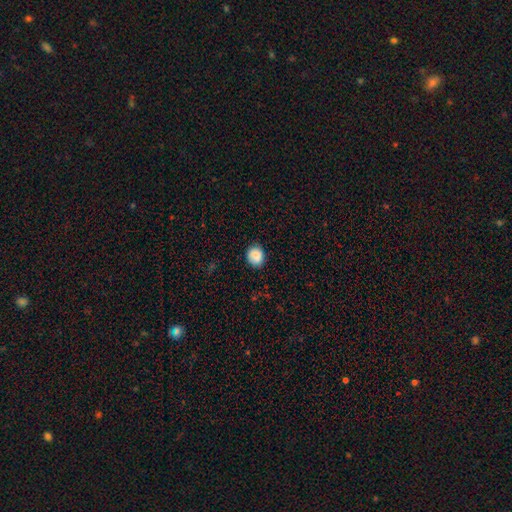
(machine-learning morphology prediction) This is clearly a smooth galaxy (85%). How rounded: likely round (73%). Merging: clearly none (84%).